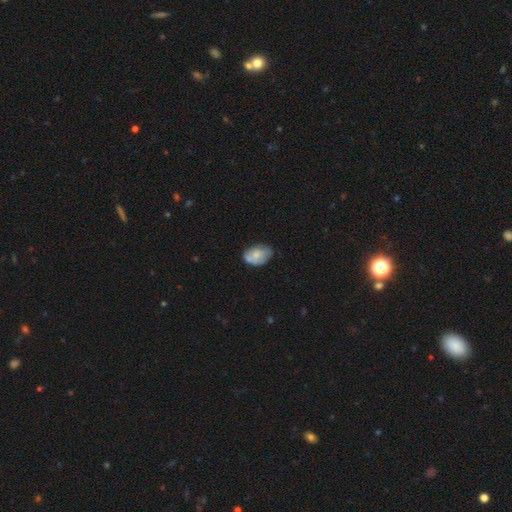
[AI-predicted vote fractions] Overall: smooth (62%; featured or disk 30%). How rounded: in between (83%). Merging: none (51%; minor disturbance 31%).